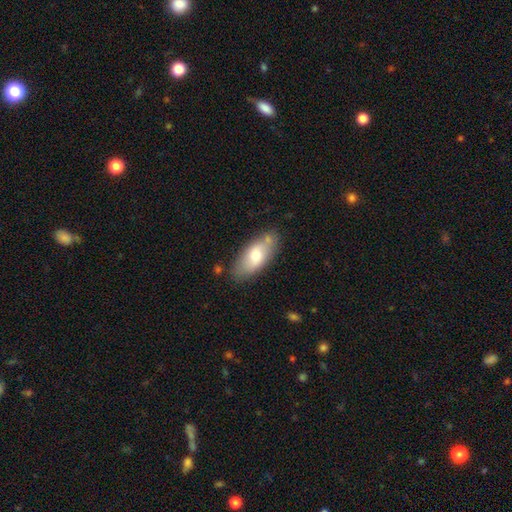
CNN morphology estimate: Smooth or featured? Predicted: smooth (p=0.68). How rounded? Predicted: in between (p=0.85). Merging? Predicted: none (p=0.73).